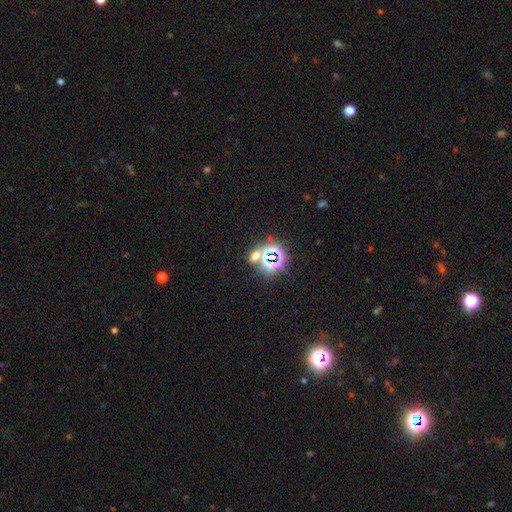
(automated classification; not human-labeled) Q: Smooth or featured?
A: star or artifact (57%); runner-up: smooth (34%)